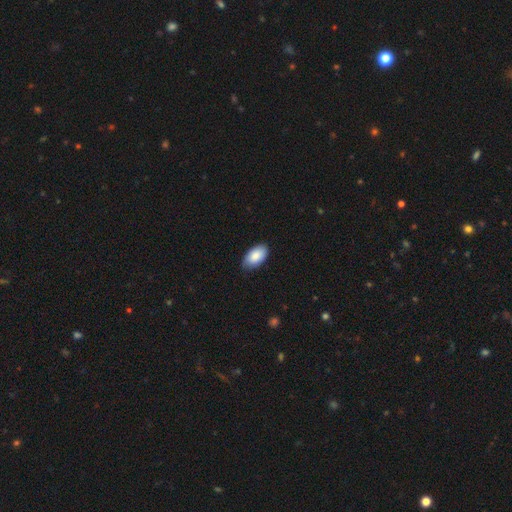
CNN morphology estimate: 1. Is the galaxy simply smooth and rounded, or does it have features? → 87% smooth, 7% featured or disk, 6% star or artifact.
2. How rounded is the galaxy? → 95% in between, 3% round, 2% cigar-shaped.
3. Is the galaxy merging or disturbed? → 84% none, 13% minor disturbance, 2% major disturbance, 1% merger.